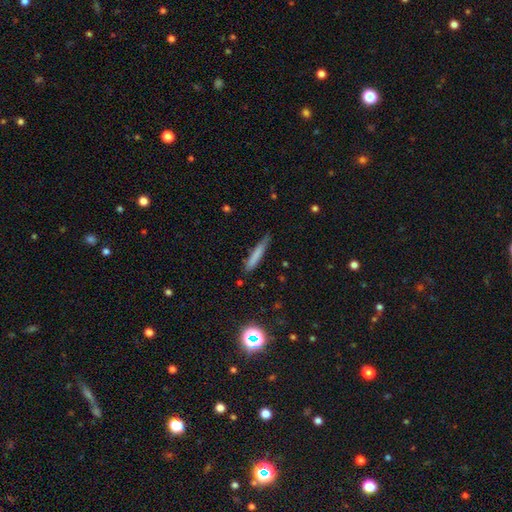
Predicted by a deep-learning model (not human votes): smooth 74%, featured or disk 17%, star or artifact 9%. Down the decision tree: how rounded — cigar-shaped (92%); merging — none (71%).